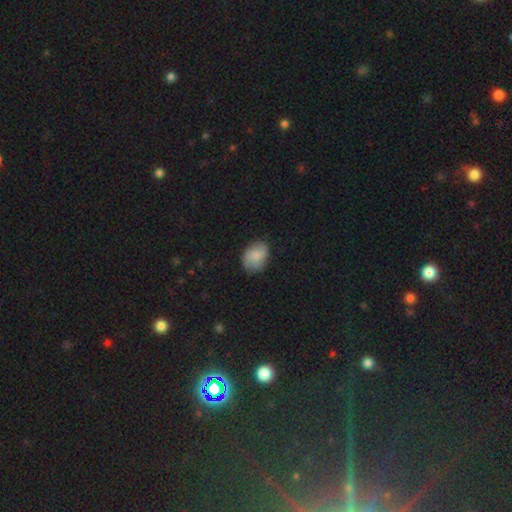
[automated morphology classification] type=smooth (69%); roundness=in between (69%); merging=none (75%).